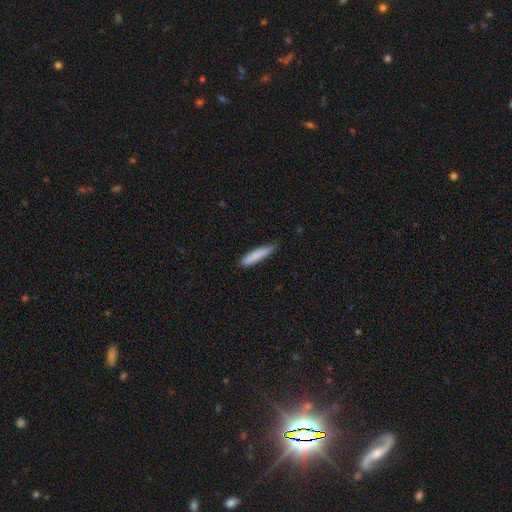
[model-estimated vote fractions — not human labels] smooth-or-featured: smooth: 83% | featured or disk: 10% | star or artifact: 6%
  how-rounded: cigar-shaped: 87% | in between: 12% | round: 1%
  merging: none: 78% | minor disturbance: 18% | major disturbance: 2% | merger: 1%